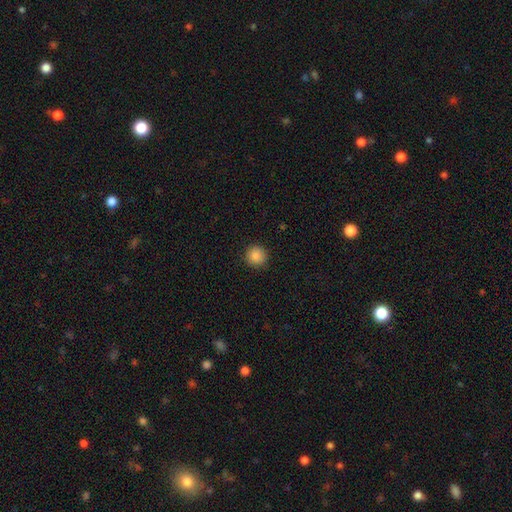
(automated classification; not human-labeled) This appears to be a smooth galaxy with no disk features (87%) that is round (94%). Merging: none (92%).